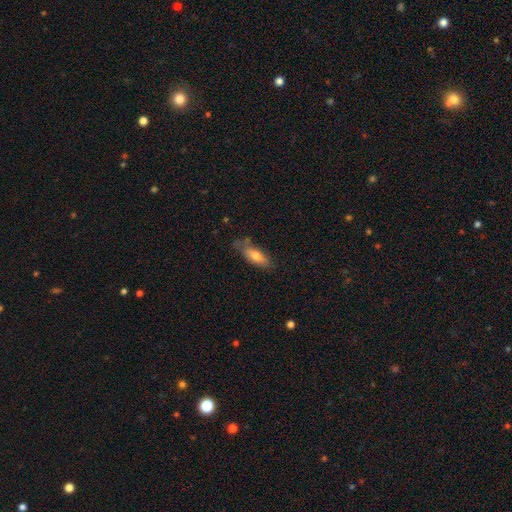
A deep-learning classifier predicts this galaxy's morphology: Smooth or featured: smooth — 70% (featured or disk — 23%)
How rounded: in between — 68% (cigar-shaped — 30%)
Merging: none — 58% (minor disturbance — 30%)